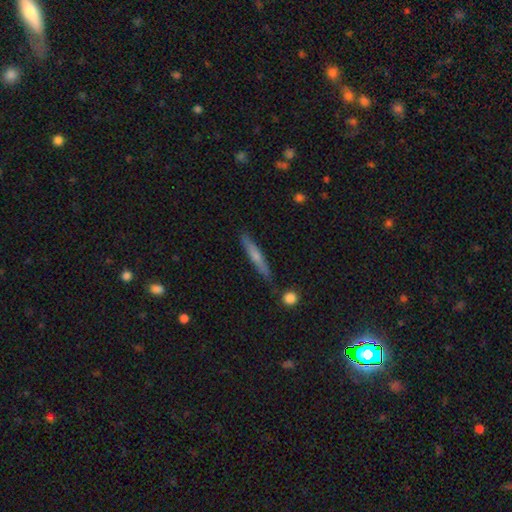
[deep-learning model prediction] Morphology: type=smooth (54%); roundness=cigar-shaped (94%); merging=none (85%).